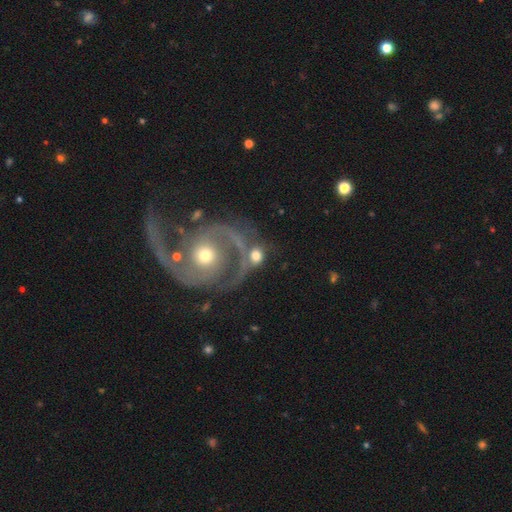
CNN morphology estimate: smooth_or_featured: smooth (p=0.47) [alt: featured or disk p=0.44]
merging: none (p=0.36) [alt: merger p=0.35]